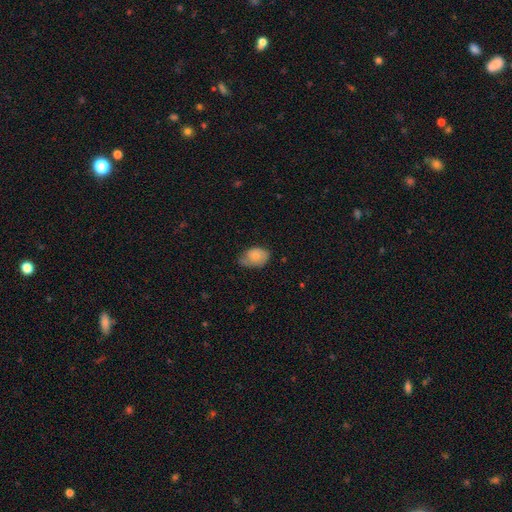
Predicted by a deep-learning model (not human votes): smooth_or_featured: smooth (p=0.68) [alt: featured or disk p=0.25]
how_rounded: in between (p=0.77) [alt: round p=0.22]
merging: none (p=0.45) [alt: minor disturbance p=0.41]